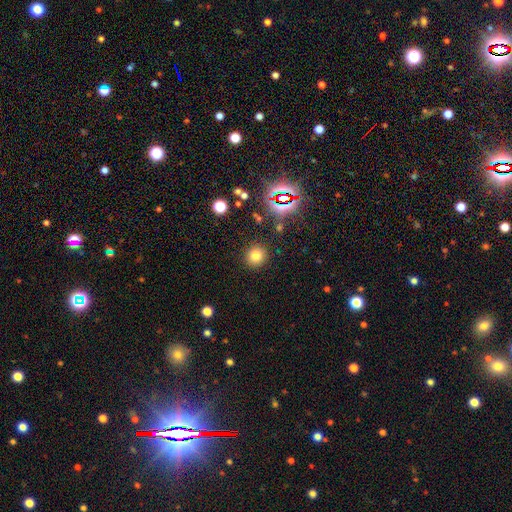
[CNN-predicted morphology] A smooth galaxy with no disk features (75%) that is round (89%). Merging: none (89%).